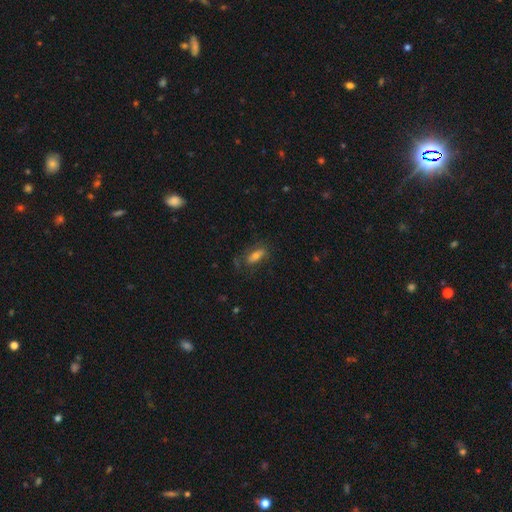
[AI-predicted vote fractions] Smooth or featured? Predicted: smooth (p=0.62). How rounded? Predicted: in between (p=0.71). Merging? Predicted: none (p=0.62).